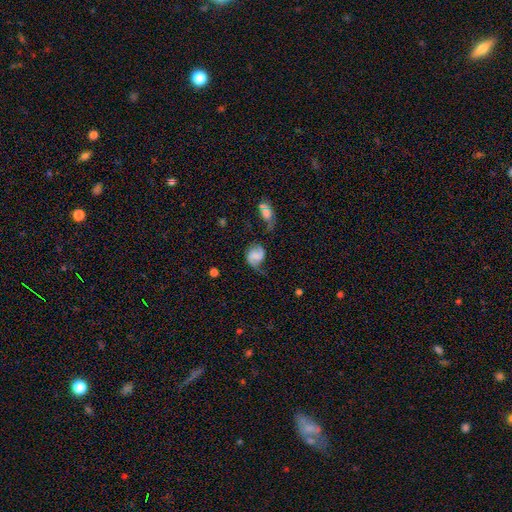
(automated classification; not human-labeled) Overall: featured or disk (64%; smooth 27%). Edge-on disk: no (98%). Bar: no (44%; weak 40%). Spiral arms: yes (92%). Spiral arm count: 2 (86%). Spiral winding: loose (44%; medium 40%). Bulge size: none (52%; small 24%). Merging: none (54%; minor disturbance 24%).